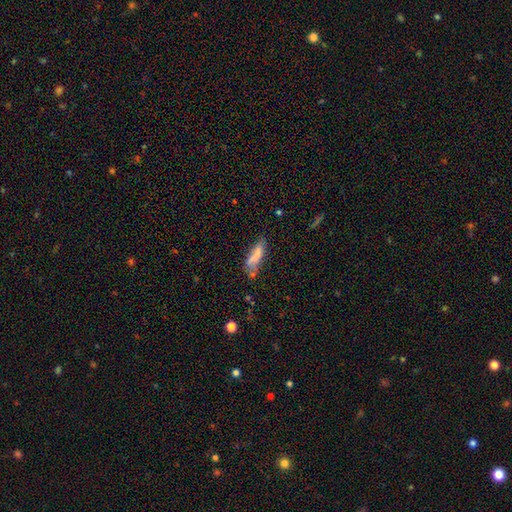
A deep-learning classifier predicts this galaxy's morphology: Smooth or featured? Predicted: smooth (p=0.69). How rounded? Predicted: cigar-shaped (p=0.50). Merging? Predicted: none (p=0.43).